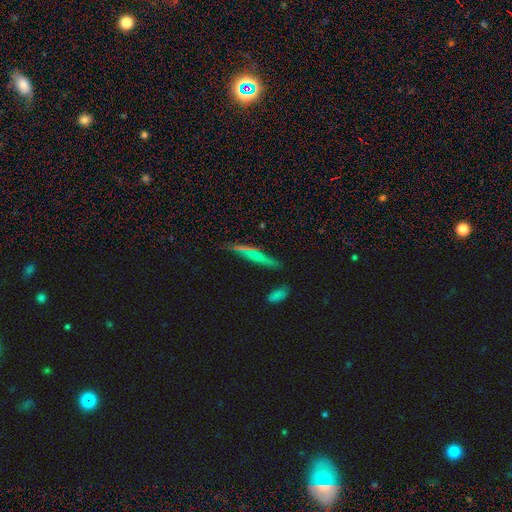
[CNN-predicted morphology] Q: Smooth or featured?
A: smooth (49%); runner-up: featured or disk (36%)
Q: Merging?
A: none (81%); runner-up: minor disturbance (13%)